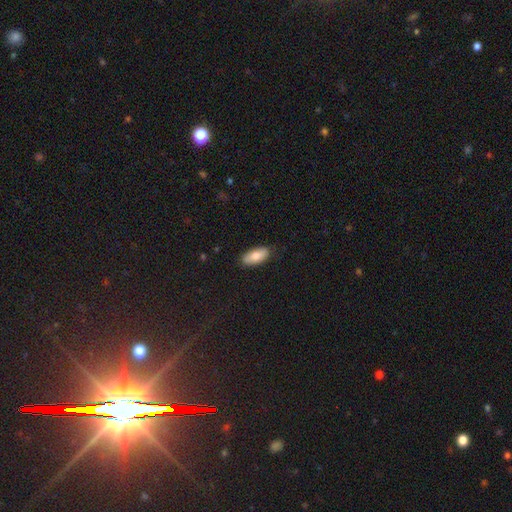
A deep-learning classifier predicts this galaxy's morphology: Smooth or featured? Predicted: smooth (p=0.79). How rounded? Predicted: in between (p=0.84). Merging? Predicted: none (p=0.86).